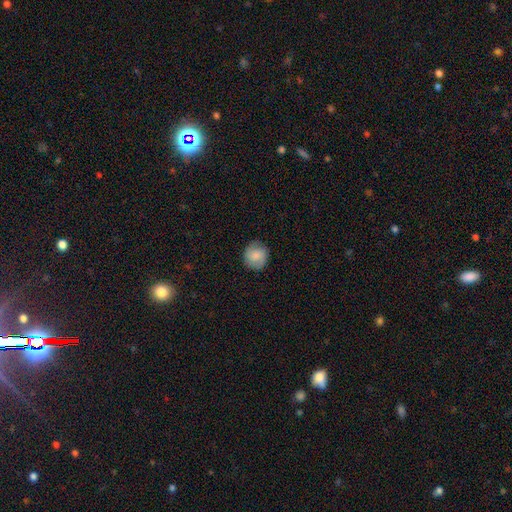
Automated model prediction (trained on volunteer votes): The model was most divided on "smooth or featured": smooth: 74%, featured or disk: 19%, star or artifact: 8%. More confident: how rounded — round (85%); merging — none (83%).